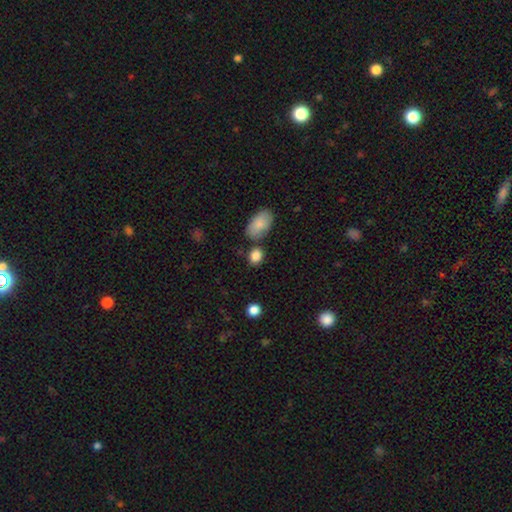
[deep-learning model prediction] smooth-or-featured: smooth: 87% | star or artifact: 8% | featured or disk: 5%
  how-rounded: in between: 51% | round: 47% | cigar-shaped: 2%
  merging: none: 72% | minor disturbance: 13% | merger: 11% | major disturbance: 4%